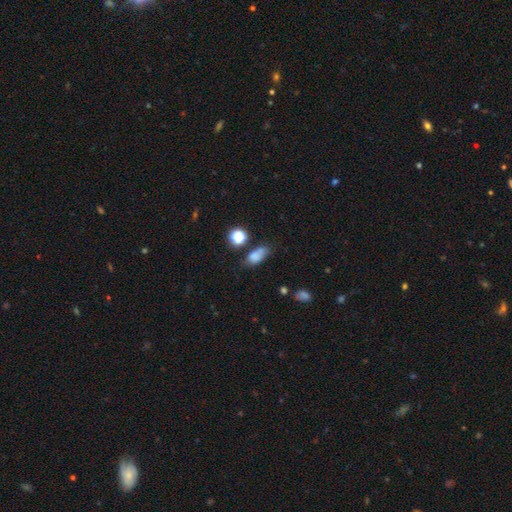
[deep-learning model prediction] Smooth or featured?
  - smooth: 72% *
  - star or artifact: 15%
  - featured or disk: 13%
How rounded?
  - in between: 72% *
  - round: 16%
  - cigar-shaped: 12%
Merging?
  - none: 46% *
  - minor disturbance: 26%
  - merger: 15%
  - major disturbance: 12%